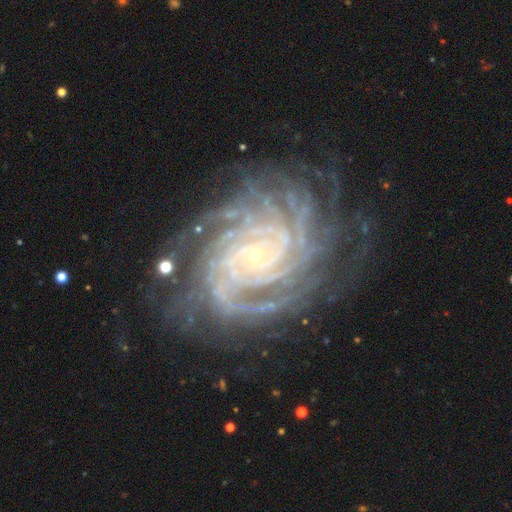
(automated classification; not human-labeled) Smooth or featured?
  - featured or disk: 92% *
  - star or artifact: 5%
  - smooth: 3%
Edge-on disk?
  - no: 98% *
  - yes: 2%
Bar?
  - no: 68% *
  - weak: 21%
  - strong: 11%
Spiral arms?
  - yes: 99% *
  - no: 1%
Spiral winding?
  - tight: 81% *
  - medium: 17%
  - loose: 2%
Spiral arm count?
  - more than 4: 32% *
  - 4: 22%
  - can't tell: 14%
  - 3: 12%
  - 2: 10%
  - 1: 9%
Bulge size?
  - small: 87% *
  - moderate: 8%
  - none: 2%
  - large: 1%
  - dominant: 1%
Merging?
  - none: 75% *
  - minor disturbance: 16%
  - major disturbance: 7%
  - merger: 2%